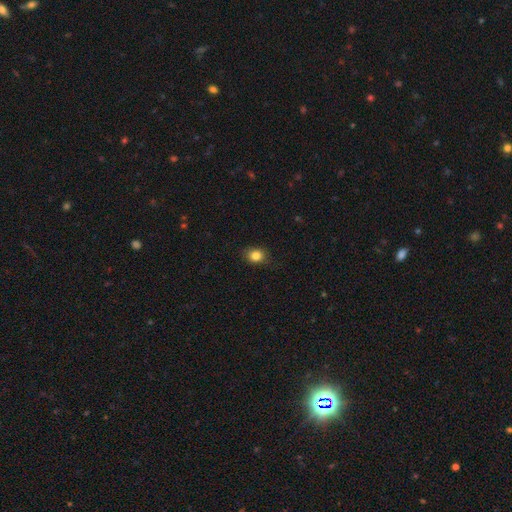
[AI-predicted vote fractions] This appears to be a smooth galaxy with no disk features (84%) that is round (54%). Merging: none (84%).